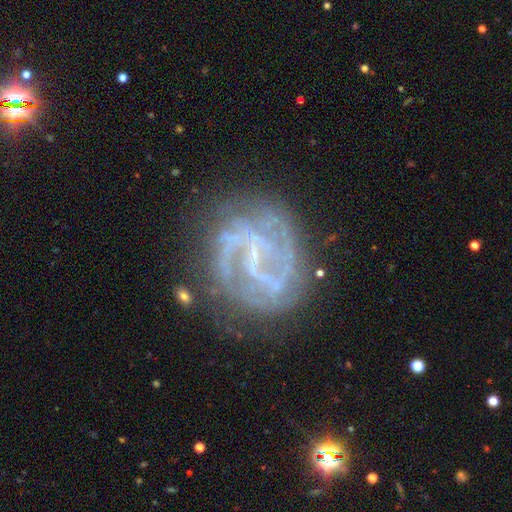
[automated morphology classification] type=featured or disk (83%); edge-on=no (98%); bar=strong (42%); spiral arms=yes (86%); winding=medium (42%); arm count=2 (45%); bulge=small (50%); merging=none (68%).